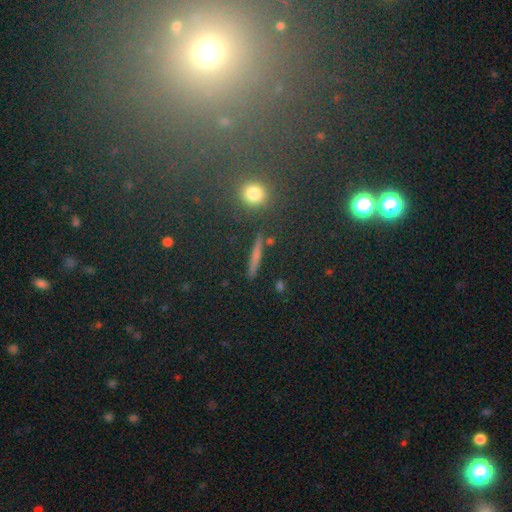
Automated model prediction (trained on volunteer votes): A smooth galaxy with no disk features (52%) that is cigar-shaped (82%).

Vote fractions:
- Smooth or featured? smooth: 52% / featured or disk: 32% / star or artifact: 16%
- How rounded? cigar-shaped: 82% / round: 10% / in between: 8%
- Merging? none: 90% / minor disturbance: 6% / merger: 2% / major disturbance: 2%